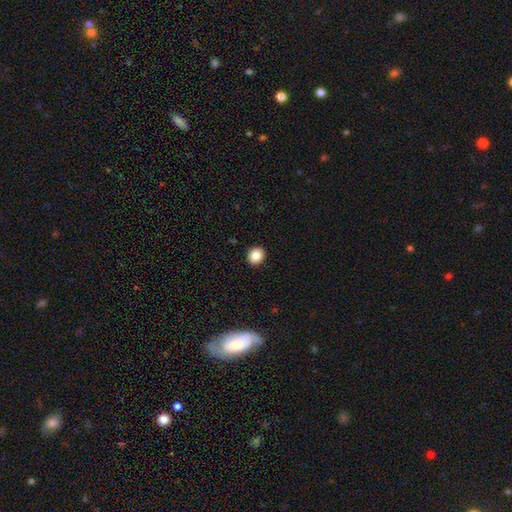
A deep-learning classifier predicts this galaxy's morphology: Q: Smooth or featured?
A: smooth (86%); runner-up: star or artifact (10%)
Q: How rounded?
A: round (76%); runner-up: in between (23%)
Q: Merging?
A: none (91%); runner-up: minor disturbance (6%)